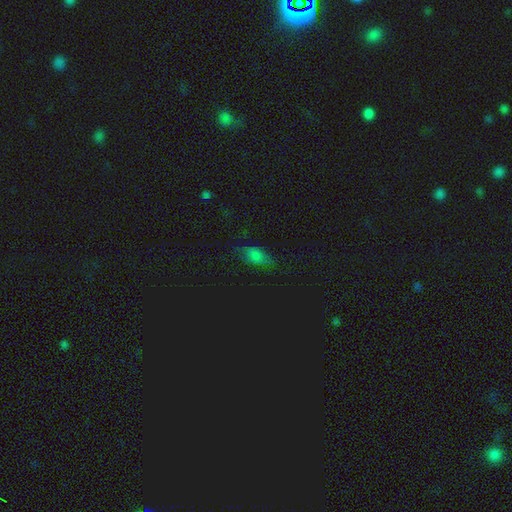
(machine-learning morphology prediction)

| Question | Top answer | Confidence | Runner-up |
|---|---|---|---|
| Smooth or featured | smooth | 57% | star or artifact (29%) |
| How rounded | in between | 81% | round (11%) |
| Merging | none | 67% | minor disturbance (23%) |